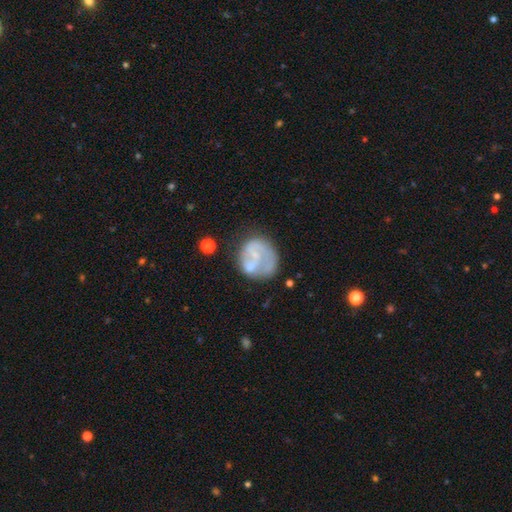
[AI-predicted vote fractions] Smooth or featured? Predicted: featured or disk (p=0.56). Edge-on disk? Predicted: no (p=0.98). Bar? Predicted: no (p=0.70). Spiral arms? Predicted: no (p=0.55). Bulge size? Predicted: none (p=0.45). Merging? Predicted: none (p=0.49).